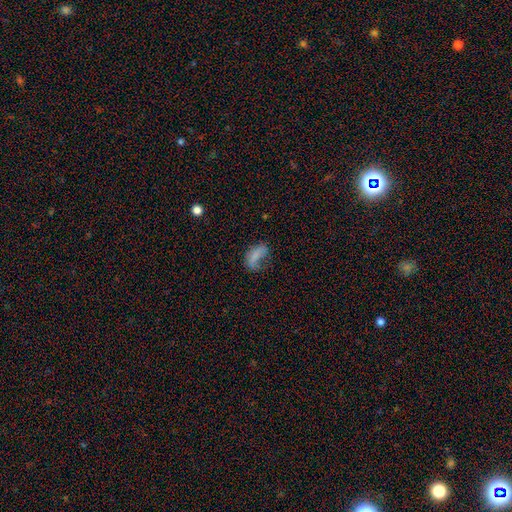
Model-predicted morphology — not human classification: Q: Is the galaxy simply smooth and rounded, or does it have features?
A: smooth — 71%.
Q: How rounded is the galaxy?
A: in between — 86%.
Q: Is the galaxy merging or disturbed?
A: major disturbance — 40%.